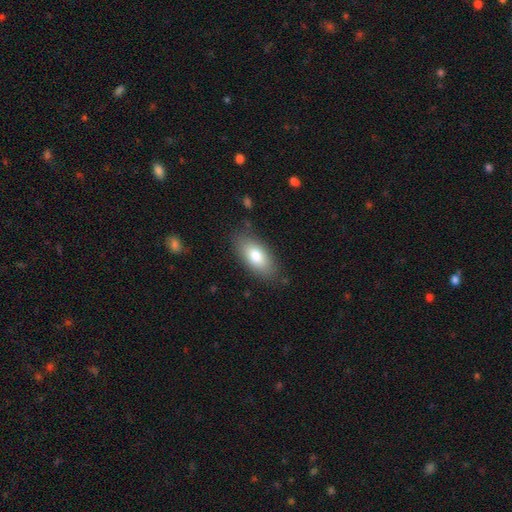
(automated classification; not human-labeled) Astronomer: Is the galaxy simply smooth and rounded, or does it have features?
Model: smooth — 79%.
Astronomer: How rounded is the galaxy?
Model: in between — 87%.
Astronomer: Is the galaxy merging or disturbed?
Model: none — 81%.